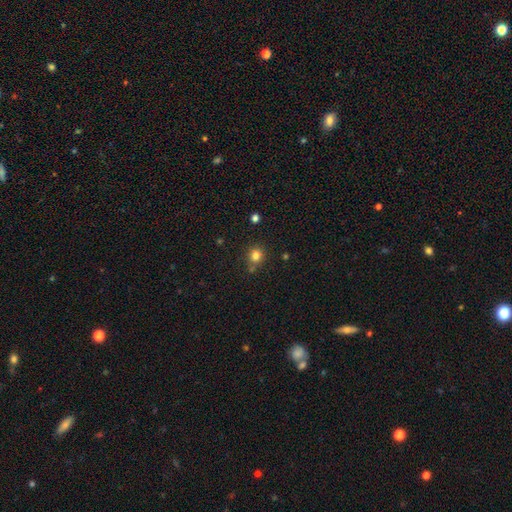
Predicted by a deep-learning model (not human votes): smooth_or_featured: smooth (p=0.79) [alt: star or artifact p=0.14]
how_rounded: round (p=0.82) [alt: in between p=0.17]
merging: none (p=0.72) [alt: minor disturbance p=0.13]